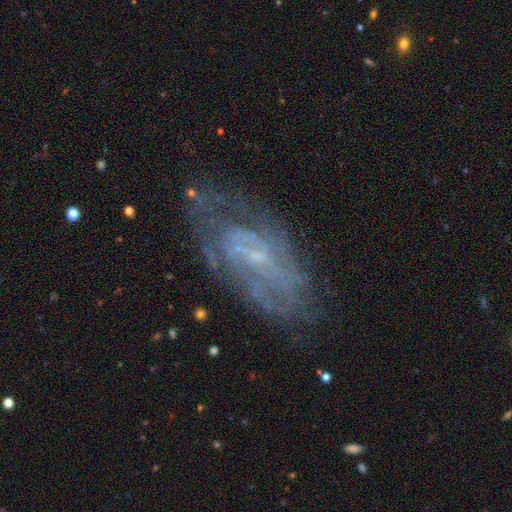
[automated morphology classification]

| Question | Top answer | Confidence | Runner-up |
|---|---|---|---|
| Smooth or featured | featured or disk | 75% | smooth (15%) |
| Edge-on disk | no | 93% | yes (7%) |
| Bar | no | 46% | weak (43%) |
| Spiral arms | yes | 76% | no (24%) |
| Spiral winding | tight | 48% | medium (37%) |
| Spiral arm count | can't tell | 55% | 2 (22%) |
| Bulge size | small | 70% | none (14%) |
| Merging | none | 64% | minor disturbance (21%) |